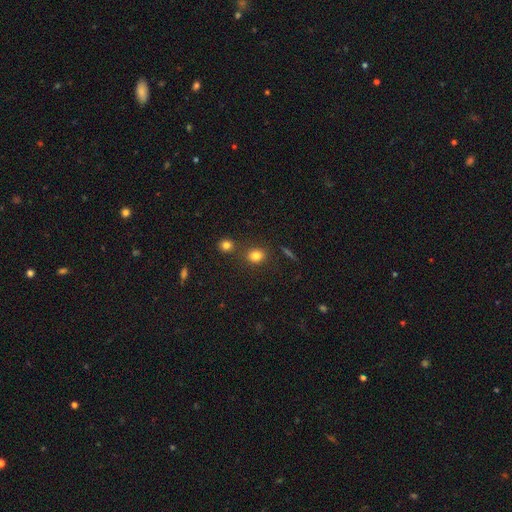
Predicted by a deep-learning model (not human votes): smooth-or-featured: smooth: 80% | star or artifact: 13% | featured or disk: 7%
  how-rounded: round: 66% | in between: 33% | cigar-shaped: 1%
  merging: none: 76% | merger: 11% | minor disturbance: 10% | major disturbance: 3%